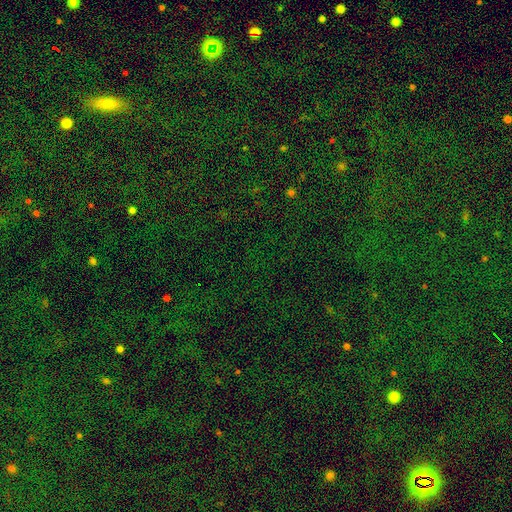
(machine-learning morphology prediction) Smooth or featured?
  - star or artifact: 80% *
  - smooth: 13%
  - featured or disk: 7%